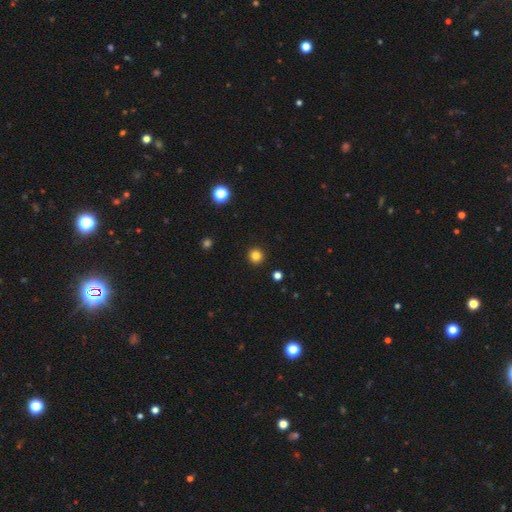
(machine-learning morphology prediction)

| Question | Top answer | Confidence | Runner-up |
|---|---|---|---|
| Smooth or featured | smooth | 83% | star or artifact (13%) |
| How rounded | round | 95% | in between (4%) |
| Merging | none | 93% | minor disturbance (4%) |